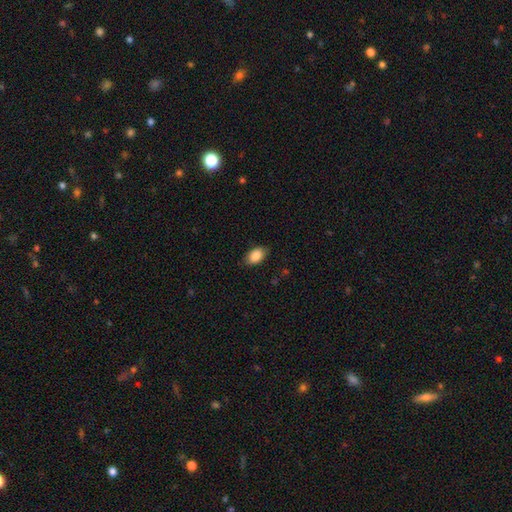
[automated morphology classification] This is clearly a smooth galaxy (88%). How rounded: clearly in between (91%). Merging: clearly none (84%).